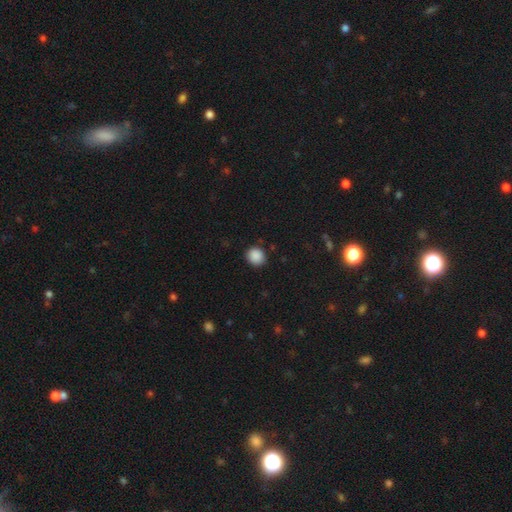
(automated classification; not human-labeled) smooth_or_featured: smooth (p=0.89) [alt: star or artifact p=0.09]
how_rounded: round (p=0.86) [alt: in between p=0.13]
merging: none (p=0.89) [alt: minor disturbance p=0.08]